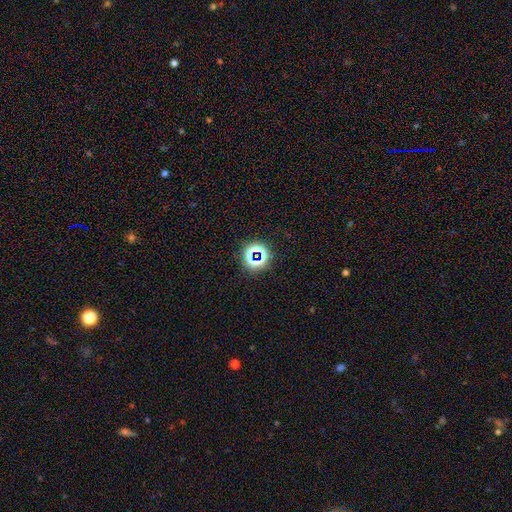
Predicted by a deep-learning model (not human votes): Smooth or featured? Predicted: star or artifact (p=0.67).